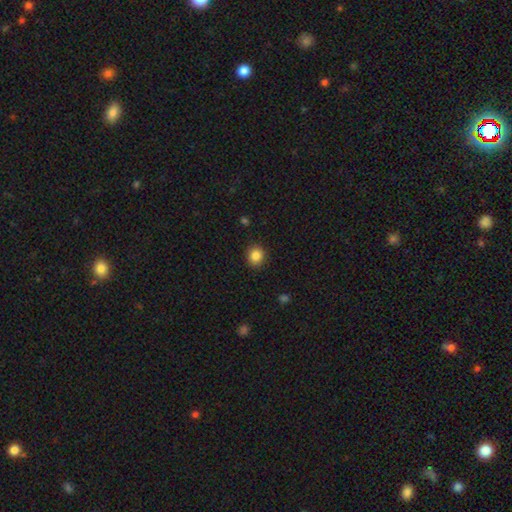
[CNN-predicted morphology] A smooth galaxy with no disk features (85%) that is round (82%). Merging: none (90%).